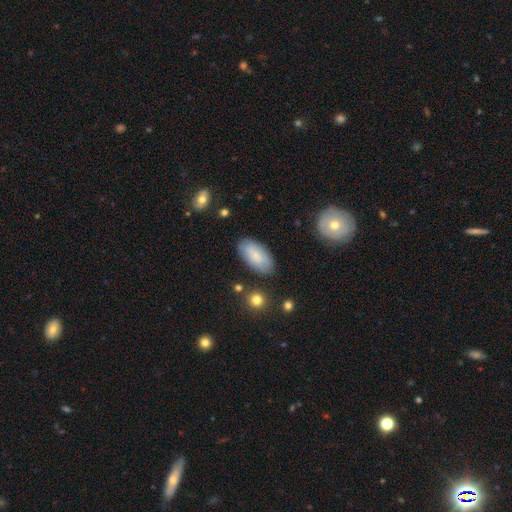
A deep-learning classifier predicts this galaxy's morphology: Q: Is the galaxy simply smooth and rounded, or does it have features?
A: smooth — 75%.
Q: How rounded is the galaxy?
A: in between — 93%.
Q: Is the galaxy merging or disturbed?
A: none — 81%.